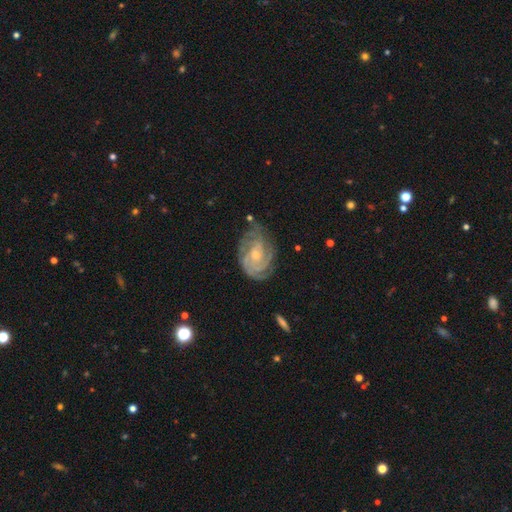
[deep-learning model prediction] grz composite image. It shows a featured or disk galaxy (87%) with no bar (61%), 3 (28%) tight (72%) spiral arms (97%) and a small central bulge (50%). Merging: none (71%).